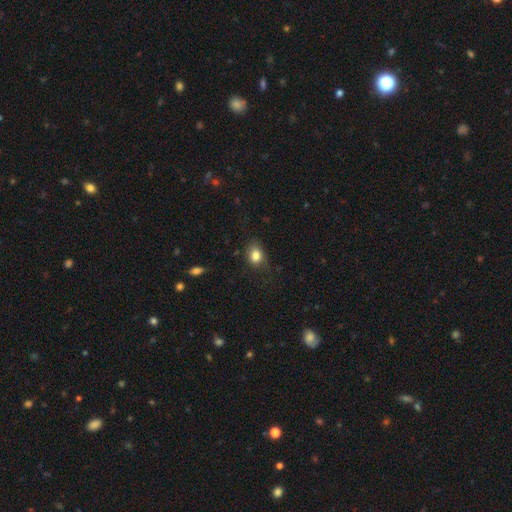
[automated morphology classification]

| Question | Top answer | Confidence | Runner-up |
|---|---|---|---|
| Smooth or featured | smooth | 82% | star or artifact (10%) |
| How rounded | in between | 57% | round (42%) |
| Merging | none | 69% | minor disturbance (23%) |